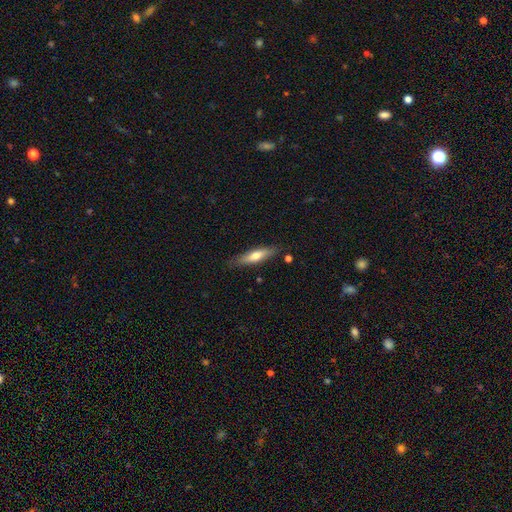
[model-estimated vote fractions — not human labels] A smooth galaxy with no disk features (57%) that is cigar-shaped (76%).

Vote fractions:
- Smooth or featured? smooth: 57% / featured or disk: 37% / star or artifact: 6%
- How rounded? cigar-shaped: 76% / in between: 23% / round: 2%
- Merging? none: 82% / minor disturbance: 13% / major disturbance: 3% / merger: 2%